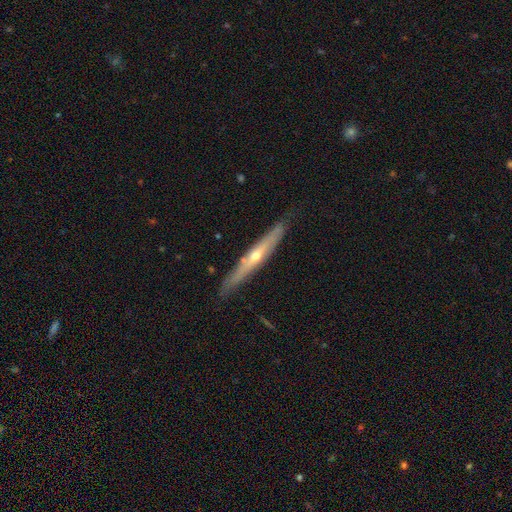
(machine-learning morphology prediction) Q: Smooth or featured?
A: featured or disk (67%); runner-up: smooth (27%)
Q: Edge-on disk?
A: yes (89%); runner-up: no (11%)
Q: Edge-on bulge?
A: rounded (76%); runner-up: none (22%)
Q: Merging?
A: none (84%); runner-up: minor disturbance (12%)